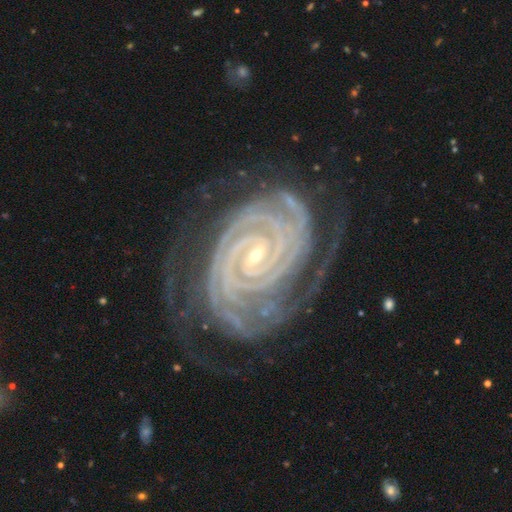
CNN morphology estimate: This is clearly a featured or disk galaxy (93%). It is clearly not viewed edge-on (98%). Bar: marginally weak (38%). Spiral arm pattern: clearly yes (99%). Spiral arm count: marginally 2 (36%). Spiral winding: clearly tight (90%). Central bulge: likely small (79%). Merging: likely none (73%).